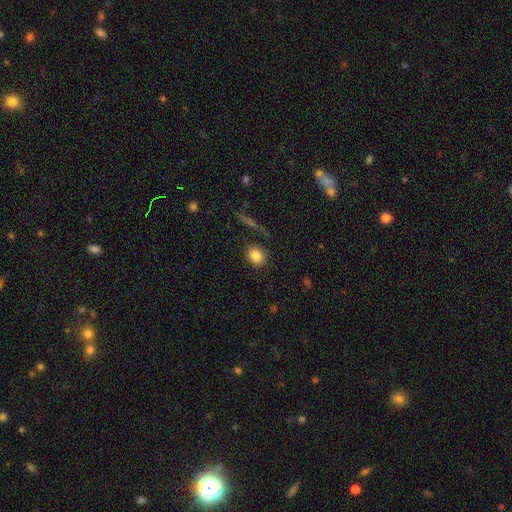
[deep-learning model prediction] Smooth or featured: smooth — 83% (star or artifact — 10%)
How rounded: round — 66% (in between — 32%)
Merging: none — 82% (minor disturbance — 11%)